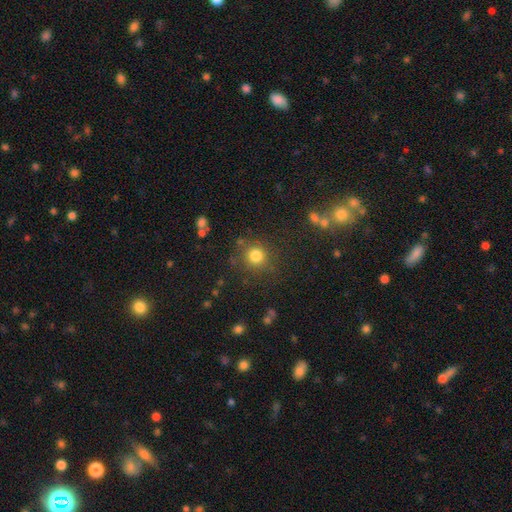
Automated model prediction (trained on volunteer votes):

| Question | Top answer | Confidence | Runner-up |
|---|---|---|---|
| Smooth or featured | smooth | 80% | star or artifact (14%) |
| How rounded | round | 92% | in between (7%) |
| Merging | none | 82% | minor disturbance (10%) |